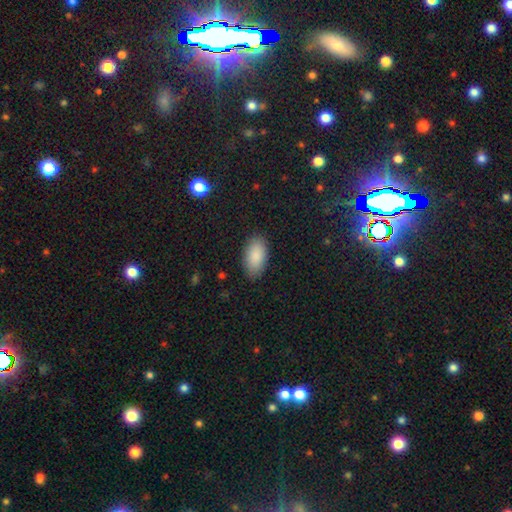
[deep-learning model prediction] smooth_or_featured: smooth (p=0.89) [alt: star or artifact p=0.06]
how_rounded: in between (p=0.95) [alt: round p=0.02]
merging: none (p=0.86) [alt: minor disturbance p=0.10]